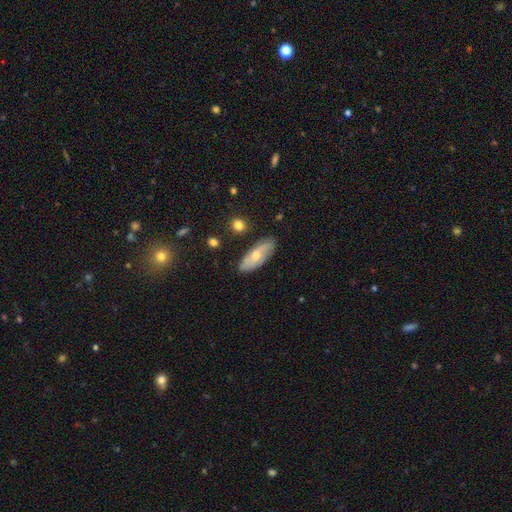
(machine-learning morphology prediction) Smooth or featured? Predicted: smooth (p=0.55). How rounded? Predicted: in between (p=0.75). Merging? Predicted: none (p=0.80).